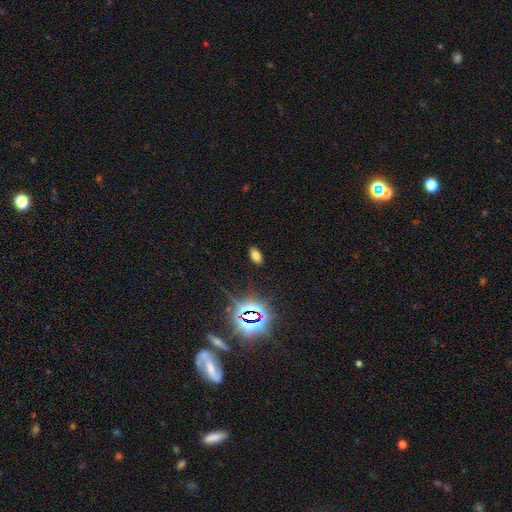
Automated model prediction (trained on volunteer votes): Q: Smooth or featured?
A: smooth (65%); runner-up: star or artifact (25%)
Q: How rounded?
A: in between (91%); runner-up: round (5%)
Q: Merging?
A: none (88%); runner-up: minor disturbance (8%)